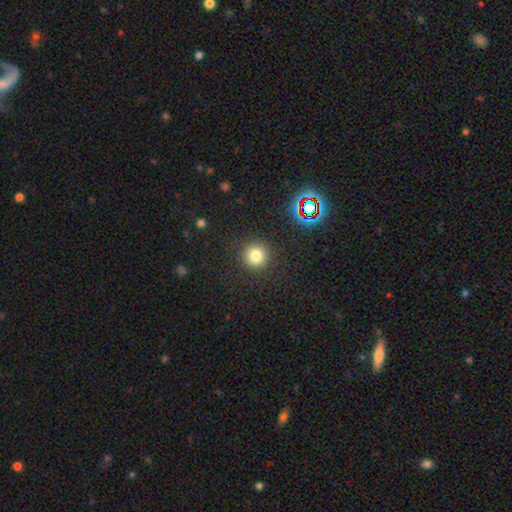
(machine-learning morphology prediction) A smooth galaxy with no disk features (78%) that is round (94%). Merging: none (90%).